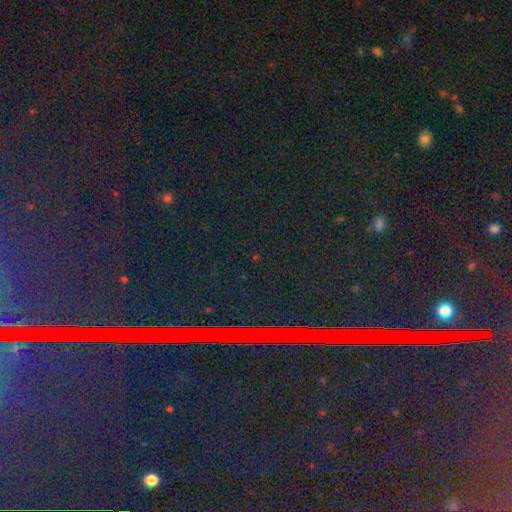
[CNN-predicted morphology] Smooth or featured? Predicted: star or artifact (p=0.87).